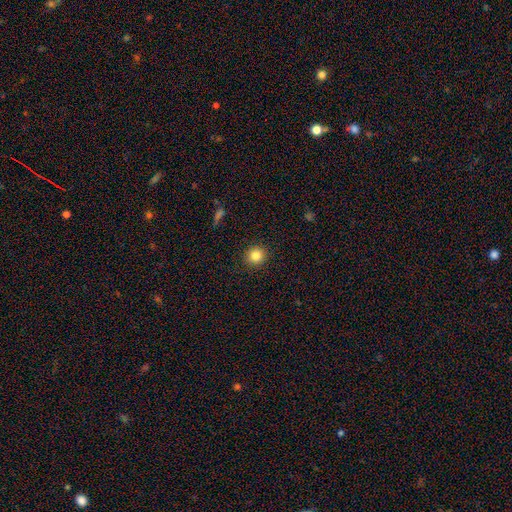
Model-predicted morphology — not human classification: Q: Smooth or featured?
A: smooth (84%); runner-up: star or artifact (11%)
Q: How rounded?
A: round (91%); runner-up: in between (8%)
Q: Merging?
A: none (91%); runner-up: minor disturbance (6%)